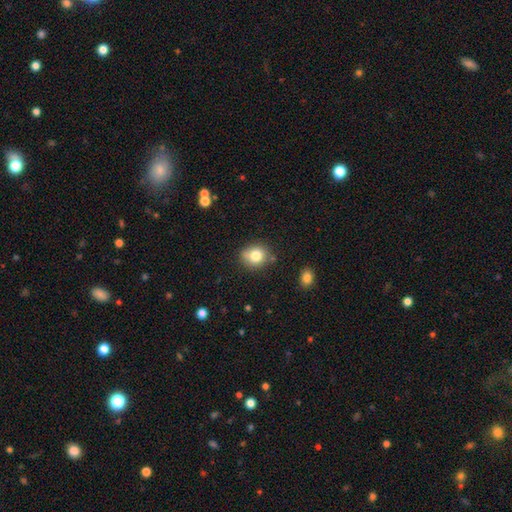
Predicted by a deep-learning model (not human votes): Overall: smooth (80%). How rounded: round (75%). Merging: none (76%).